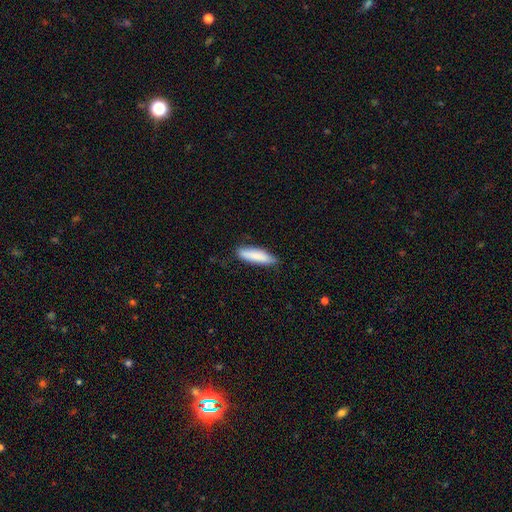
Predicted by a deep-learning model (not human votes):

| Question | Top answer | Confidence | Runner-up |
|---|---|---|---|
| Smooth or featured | smooth | 85% | featured or disk (9%) |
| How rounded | cigar-shaped | 64% | in between (34%) |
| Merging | none | 78% | minor disturbance (18%) |